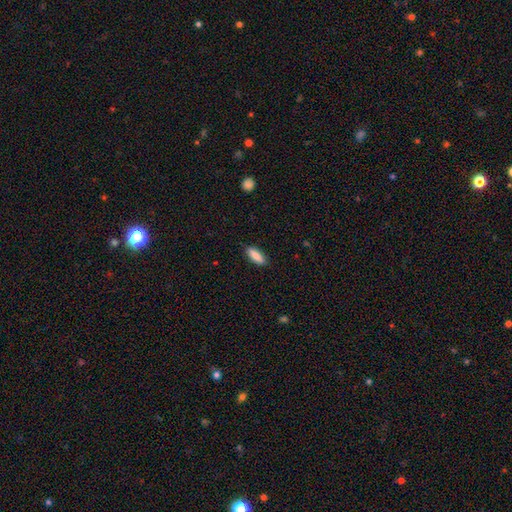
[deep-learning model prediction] Overall: smooth (86%). How rounded: in between (67%; cigar-shaped 31%). Merging: none (86%).